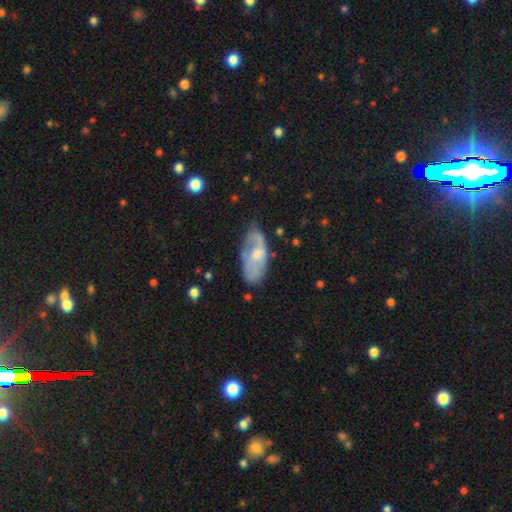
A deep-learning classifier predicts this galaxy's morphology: Smooth or featured? Predicted: featured or disk (p=0.47). Merging? Predicted: none (p=0.56).